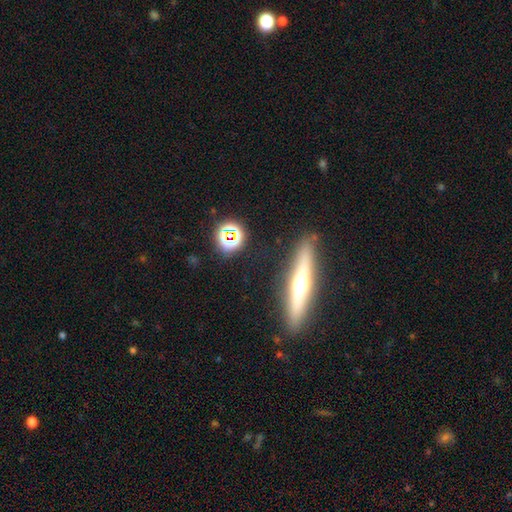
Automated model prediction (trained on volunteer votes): The model was most divided on "smooth or featured": featured or disk: 63%, smooth: 28%, star or artifact: 8%. More confident: edge-on disk — yes (92%); edge-on bulge — rounded (88%); merging — none (86%).